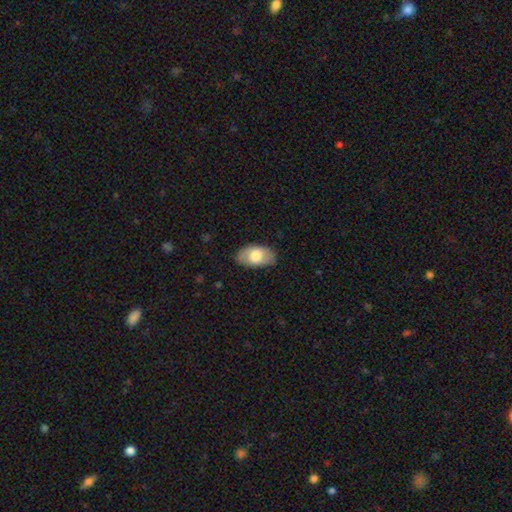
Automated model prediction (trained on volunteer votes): Morphology: type=smooth (71%); roundness=in between (94%); merging=none (82%).